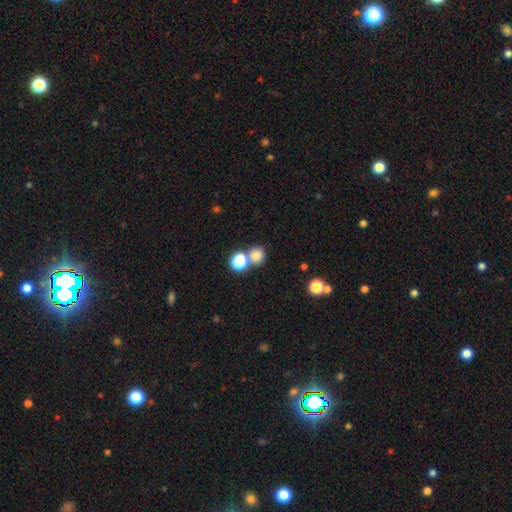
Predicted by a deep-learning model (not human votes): Smooth or featured?
  - smooth: 78% *
  - star or artifact: 15%
  - featured or disk: 7%
How rounded?
  - round: 86% *
  - in between: 13%
  - cigar-shaped: 1%
Merging?
  - none: 57% *
  - merger: 33%
  - minor disturbance: 7%
  - major disturbance: 3%